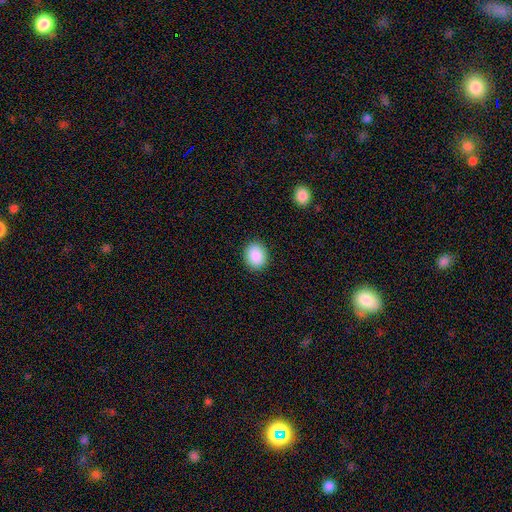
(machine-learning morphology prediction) smooth-or-featured: smooth: 90% | star or artifact: 7% | featured or disk: 3%
  how-rounded: in between: 53% | round: 46% | cigar-shaped: 1%
  merging: none: 90% | minor disturbance: 7% | major disturbance: 2% | merger: 1%